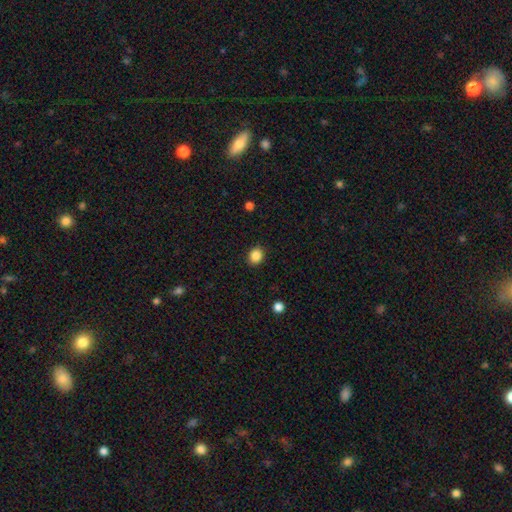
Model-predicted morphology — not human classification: This appears to be a smooth galaxy with no disk features (87%) that is round (66%). Merging: none (90%).